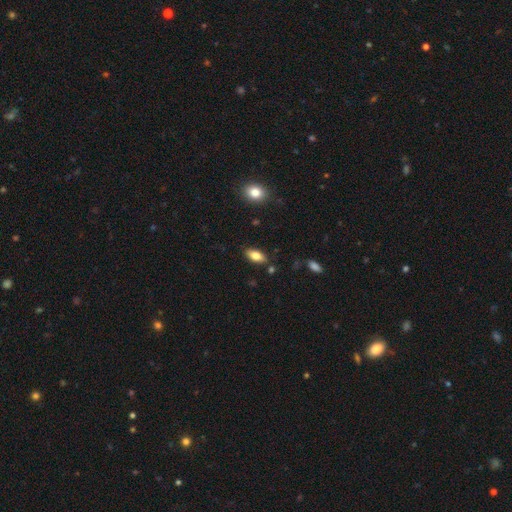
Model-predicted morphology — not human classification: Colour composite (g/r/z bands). It shows a smooth galaxy with no disk features (80%) that is in between round and cigar-shaped (88%). Merging: none (83%).